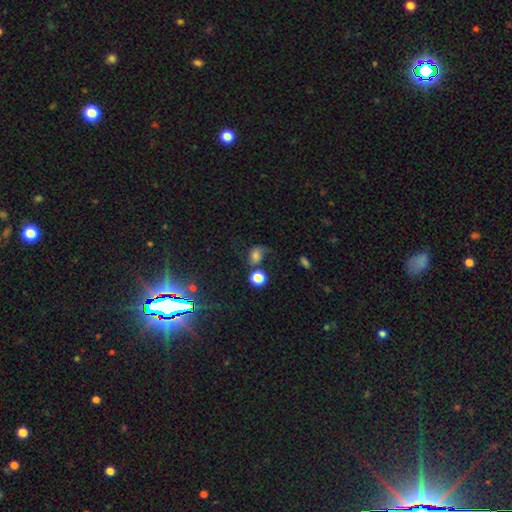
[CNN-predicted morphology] Smooth or featured?
  - smooth: 57% *
  - featured or disk: 25%
  - star or artifact: 18%
How rounded?
  - in between: 50% *
  - round: 48%
  - cigar-shaped: 2%
Merging?
  - none: 40% *
  - major disturbance: 25%
  - minor disturbance: 23%
  - merger: 13%